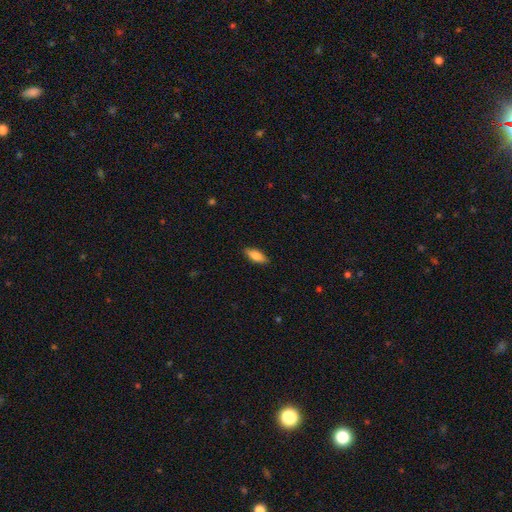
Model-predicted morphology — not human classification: Smooth or featured: smooth — 82% (featured or disk — 12%)
How rounded: in between — 79% (cigar-shaped — 19%)
Merging: none — 88% (minor disturbance — 9%)